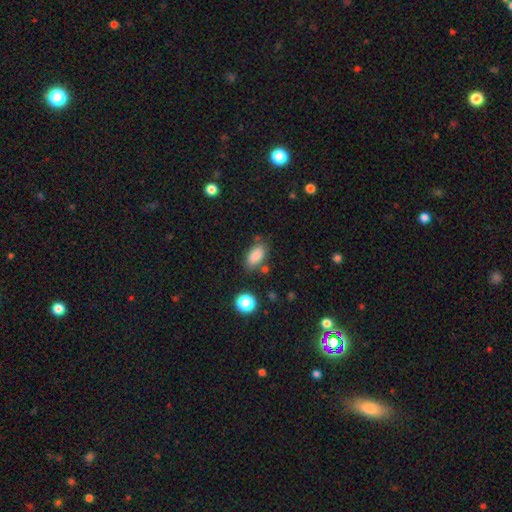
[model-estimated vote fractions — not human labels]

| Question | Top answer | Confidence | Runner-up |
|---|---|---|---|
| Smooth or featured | smooth | 86% | star or artifact (9%) |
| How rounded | in between | 90% | round (5%) |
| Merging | none | 76% | minor disturbance (15%) |